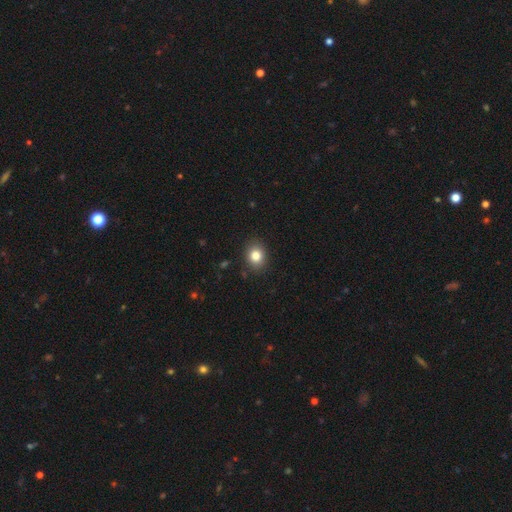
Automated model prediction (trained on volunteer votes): The model was most divided on "how rounded": round: 59%, in between: 40%, cigar-shaped: 1%. More confident: merging — none (88%); smooth or featured — smooth (83%).